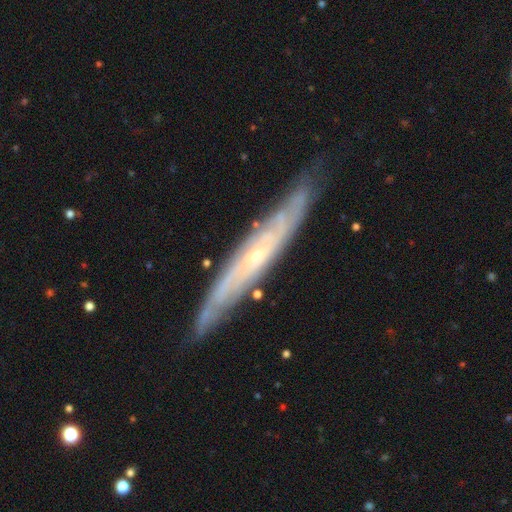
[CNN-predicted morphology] This is likely a featured or disk galaxy (79%). It is possibly viewed edge-on (53%). Merging: clearly none (81%).